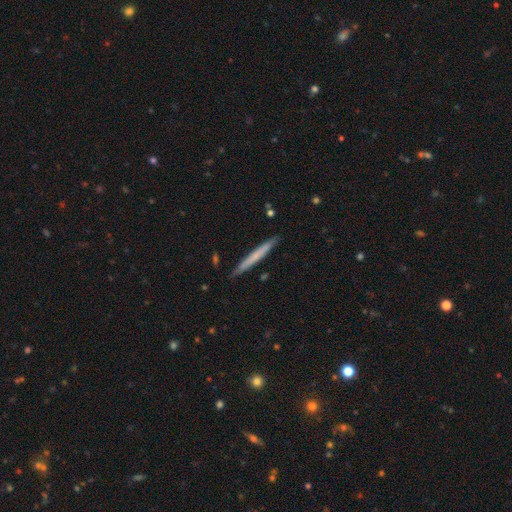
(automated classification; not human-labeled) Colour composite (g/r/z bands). It shows a smooth galaxy with no disk features (60%) that is cigar-shaped (97%). Merging: none (90%).